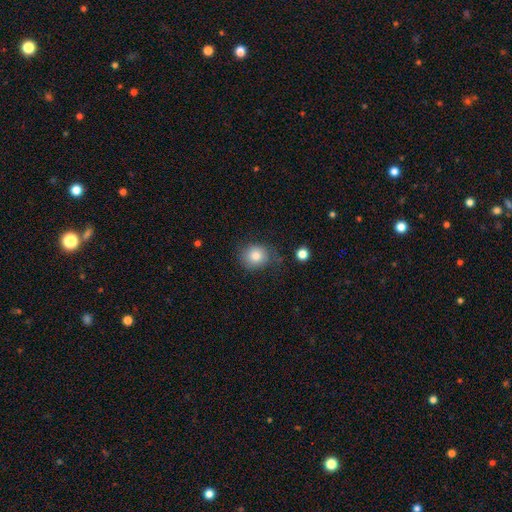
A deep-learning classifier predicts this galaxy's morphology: smooth-or-featured: smooth: 81% | star or artifact: 10% | featured or disk: 9%
  how-rounded: round: 78% | in between: 21% | cigar-shaped: 1%
  merging: none: 70% | minor disturbance: 21% | major disturbance: 6% | merger: 3%